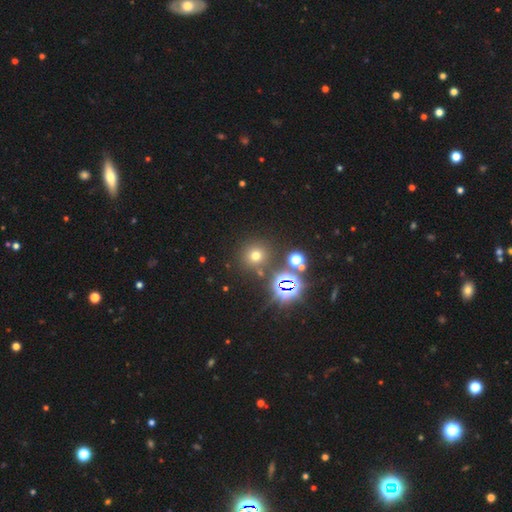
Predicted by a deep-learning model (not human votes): This appears to be a smooth galaxy with no disk features (58%) that is round (91%). Merging: none (82%).